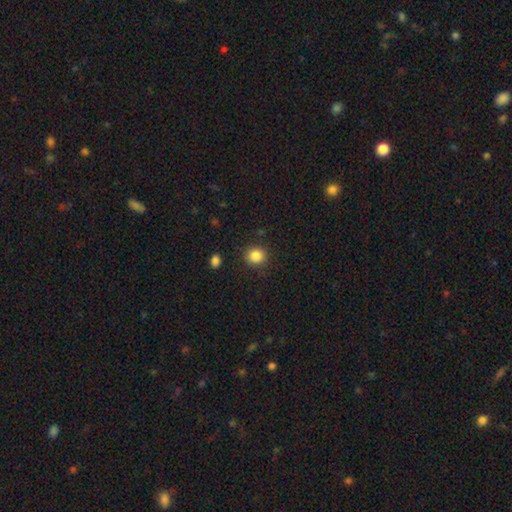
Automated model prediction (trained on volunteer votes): The model was most divided on "smooth or featured": smooth: 85%, star or artifact: 10%, featured or disk: 4%. More confident: merging — none (89%); how rounded — round (88%).